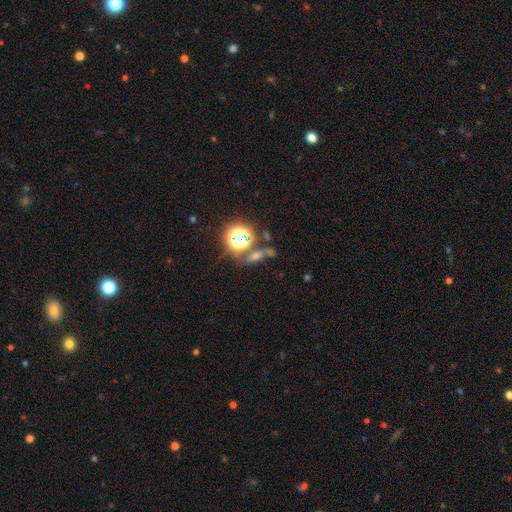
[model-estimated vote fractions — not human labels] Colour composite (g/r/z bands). It shows a star or artifact, not a galaxy (40%).